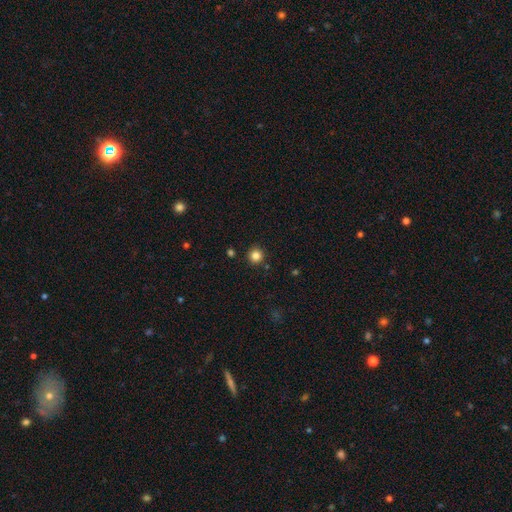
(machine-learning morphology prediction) Smooth or featured? Predicted: smooth (p=0.84). How rounded? Predicted: round (p=0.95). Merging? Predicted: none (p=0.91).